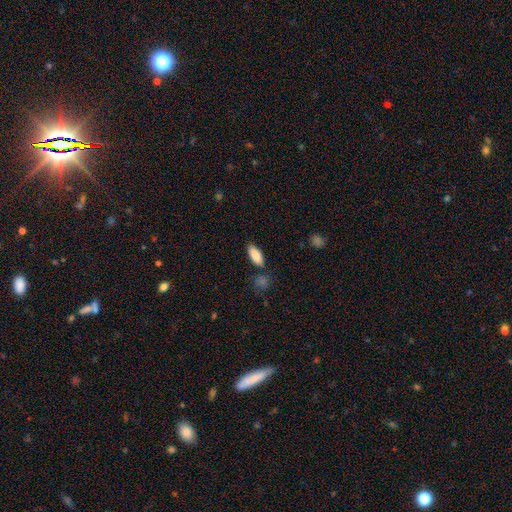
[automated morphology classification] Smooth or featured? smooth (87%)
How rounded? in between (81%)
Merging? none (80%)